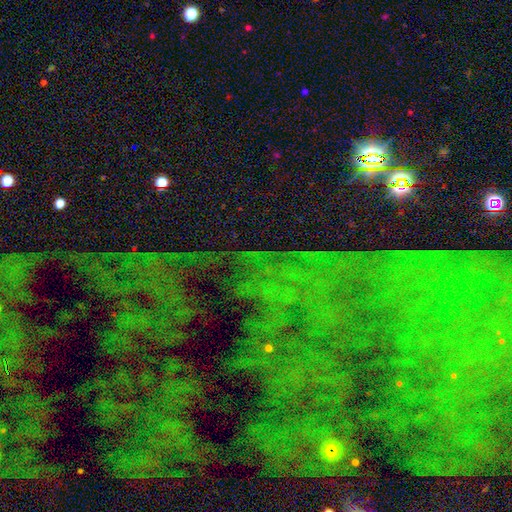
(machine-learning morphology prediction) Smooth or featured: star or artifact — 79% (featured or disk — 11%)